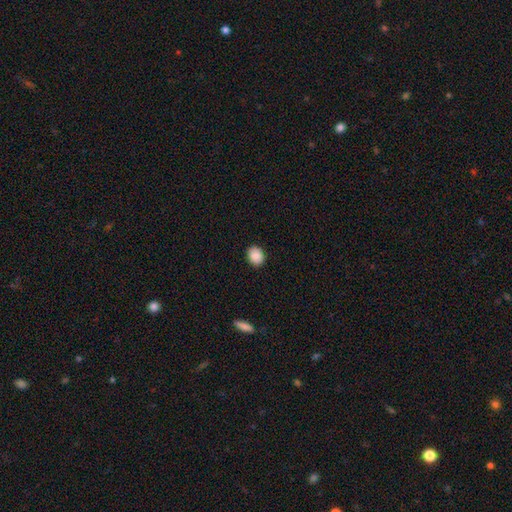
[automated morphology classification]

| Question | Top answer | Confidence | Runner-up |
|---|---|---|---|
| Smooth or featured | smooth | 88% | star or artifact (8%) |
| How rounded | round | 57% | in between (42%) |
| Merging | none | 90% | minor disturbance (7%) |